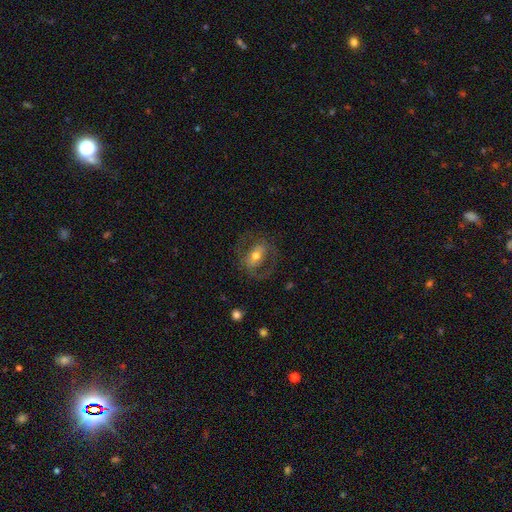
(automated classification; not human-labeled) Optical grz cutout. It shows a featured or disk galaxy (60%) with no bar (41%), no spiral arms (51%) and a moderate central bulge (66%). Merging: none (68%).